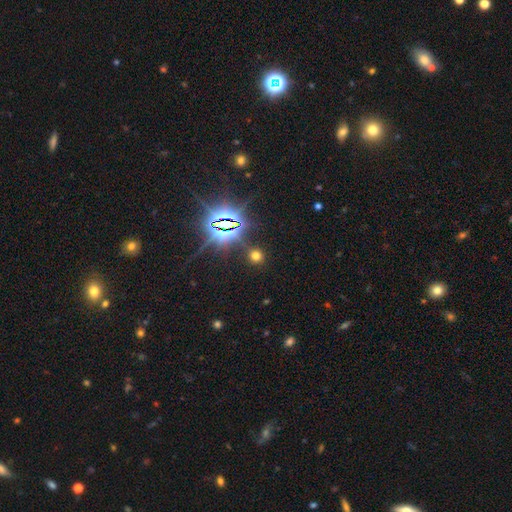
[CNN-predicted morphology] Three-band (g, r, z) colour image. It shows a smooth galaxy with no disk features (54%) that is round (88%). Merging: none (85%).